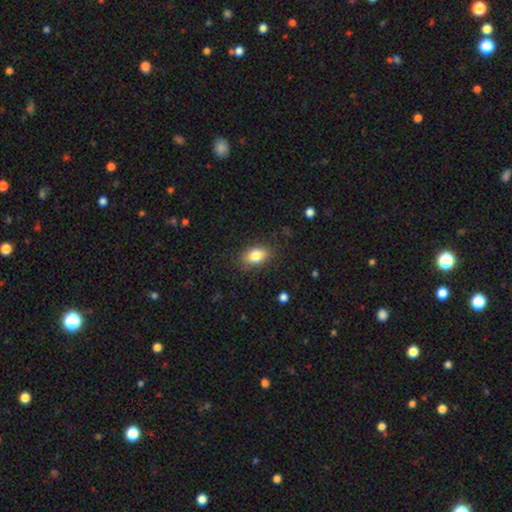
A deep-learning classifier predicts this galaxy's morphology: smooth 81%, featured or disk 10%, star or artifact 8%. Down the decision tree: how rounded — in between (81%); merging — none (81%).